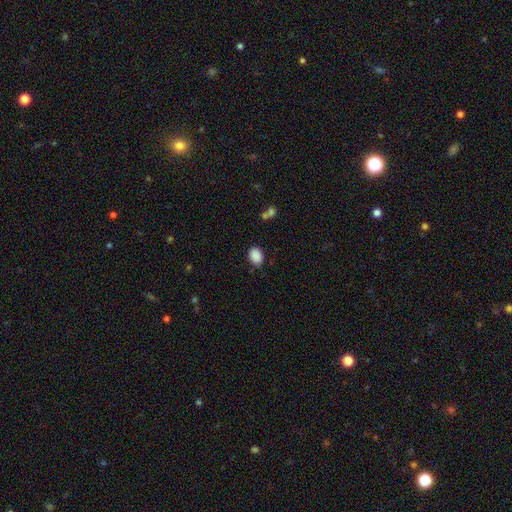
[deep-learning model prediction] Smooth or featured? Predicted: smooth (p=0.89). How rounded? Predicted: in between (p=0.72). Merging? Predicted: none (p=0.83).